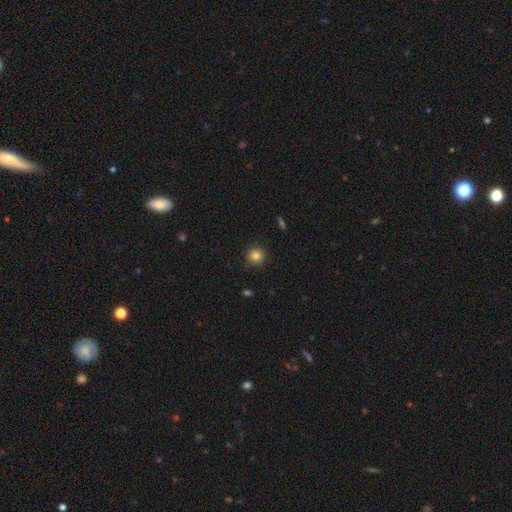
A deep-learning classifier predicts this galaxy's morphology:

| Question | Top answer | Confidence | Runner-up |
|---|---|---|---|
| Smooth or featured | smooth | 83% | star or artifact (11%) |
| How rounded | round | 94% | in between (5%) |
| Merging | none | 91% | minor disturbance (6%) |